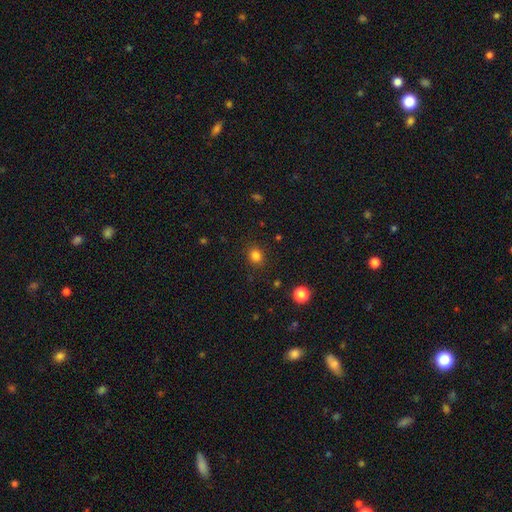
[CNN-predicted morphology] Q: Smooth or featured?
A: smooth (82%); runner-up: star or artifact (13%)
Q: How rounded?
A: round (73%); runner-up: in between (27%)
Q: Merging?
A: none (87%); runner-up: minor disturbance (8%)